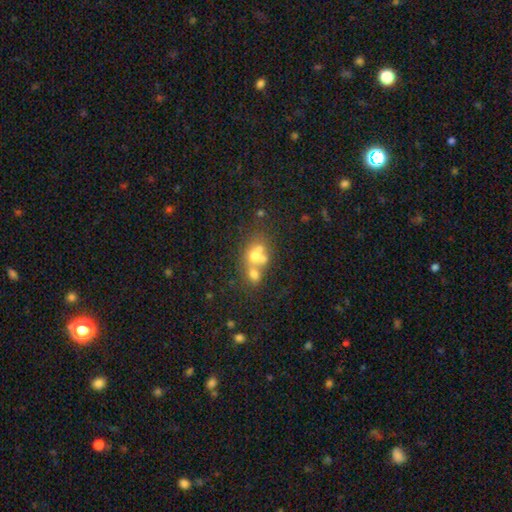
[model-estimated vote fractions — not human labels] A smooth galaxy with no disk features (54%) that is round (54%). Merging: merger (59%).